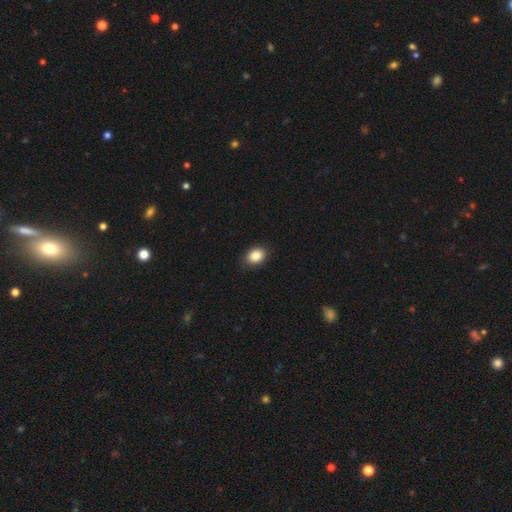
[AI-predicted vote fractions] Smooth or featured: smooth — 87% (star or artifact — 8%)
How rounded: in between — 66% (round — 33%)
Merging: none — 84% (minor disturbance — 12%)